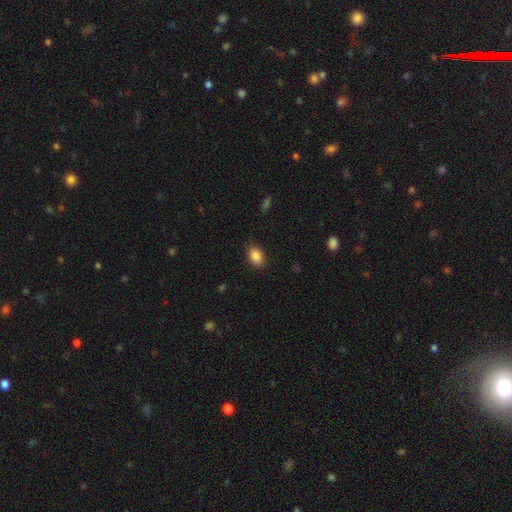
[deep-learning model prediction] Smooth or featured: smooth — 87% (star or artifact — 8%)
How rounded: in between — 83% (round — 16%)
Merging: none — 87% (minor disturbance — 9%)